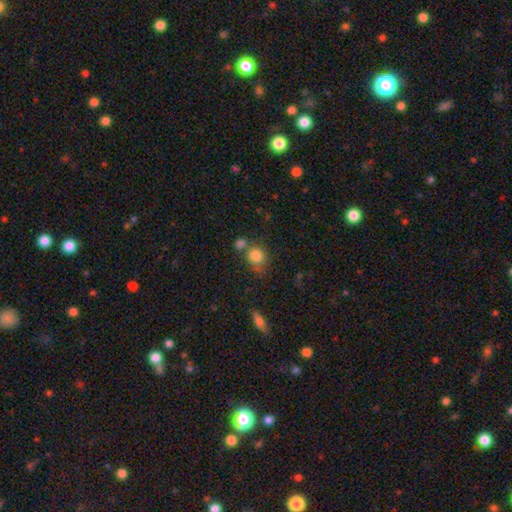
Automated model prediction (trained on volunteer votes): A smooth galaxy with no disk features (82%) that is round (80%).

Vote fractions:
- Smooth or featured? smooth: 82% / star or artifact: 10% / featured or disk: 8%
- How rounded? round: 80% / in between: 18% / cigar-shaped: 1%
- Merging? none: 55% / merger: 25% / minor disturbance: 14% / major disturbance: 6%